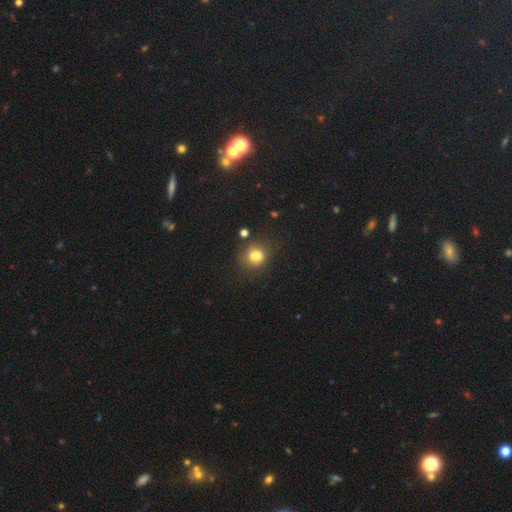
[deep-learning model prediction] smooth-or-featured: smooth: 71% | featured or disk: 15% | star or artifact: 13%
  how-rounded: round: 68% | in between: 31% | cigar-shaped: 1%
  merging: none: 46% | merger: 36% | minor disturbance: 13% | major disturbance: 5%